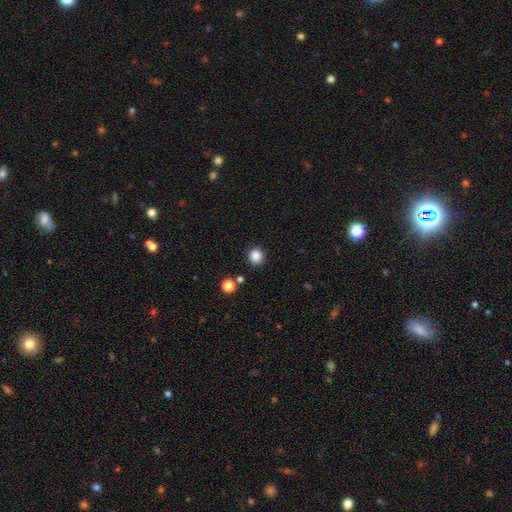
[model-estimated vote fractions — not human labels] A smooth galaxy with no disk features (86%) that is round (89%). Merging: none (89%).